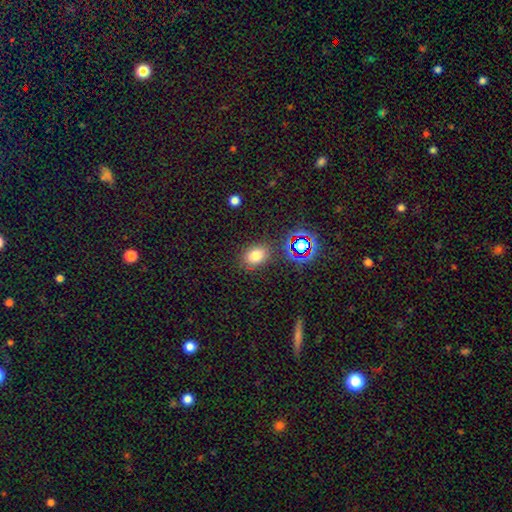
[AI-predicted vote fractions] Smooth or featured? smooth (73%)
How rounded? in between (69%)
Merging? none (82%)